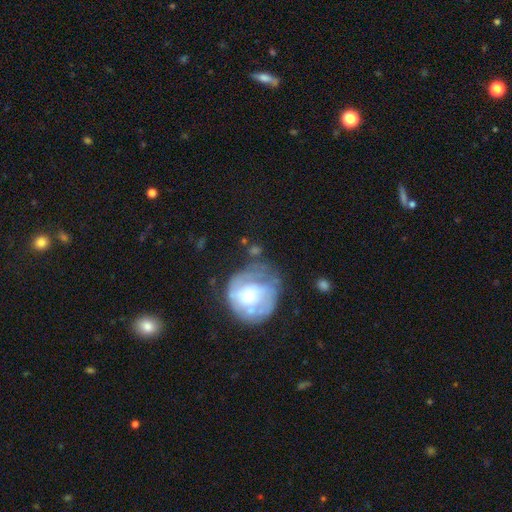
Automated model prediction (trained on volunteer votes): This appears to be a featured or disk galaxy (60%) with no bar (71%), spiral arms (66%) and a moderate central bulge (47%). Merging: none (52%).